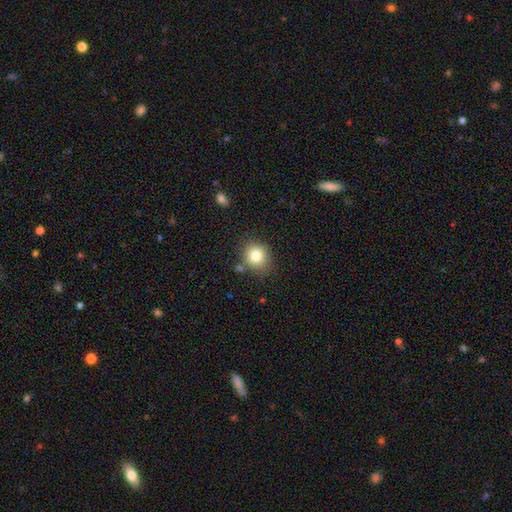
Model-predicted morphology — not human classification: Q: Smooth or featured?
A: smooth (82%); runner-up: star or artifact (10%)
Q: How rounded?
A: round (74%); runner-up: in between (25%)
Q: Merging?
A: none (77%); runner-up: minor disturbance (14%)